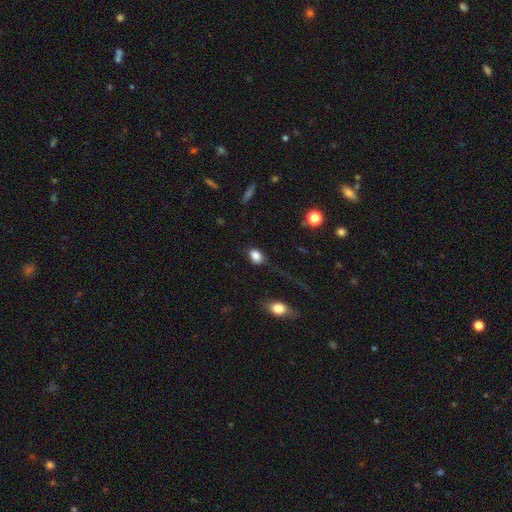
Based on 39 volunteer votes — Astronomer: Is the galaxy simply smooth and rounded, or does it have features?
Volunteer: smooth — 85%.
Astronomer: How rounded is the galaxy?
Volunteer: in between — 76%.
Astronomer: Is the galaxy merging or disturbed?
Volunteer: none — 47% (runner-up: major disturbance, 33%).